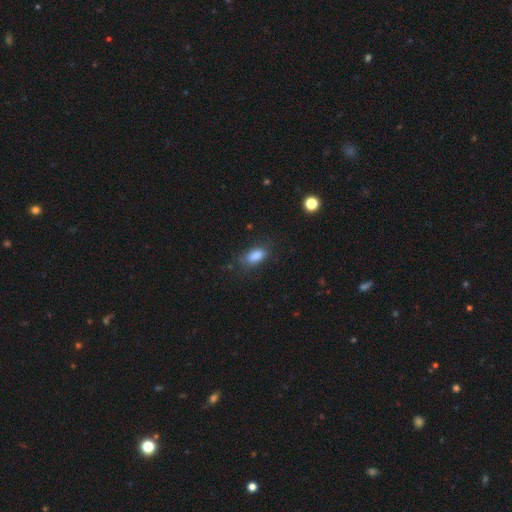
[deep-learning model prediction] smooth-or-featured: smooth: 85% | star or artifact: 9% | featured or disk: 6%
  how-rounded: in between: 87% | cigar-shaped: 9% | round: 4%
  merging: none: 75% | minor disturbance: 17% | major disturbance: 6% | merger: 1%